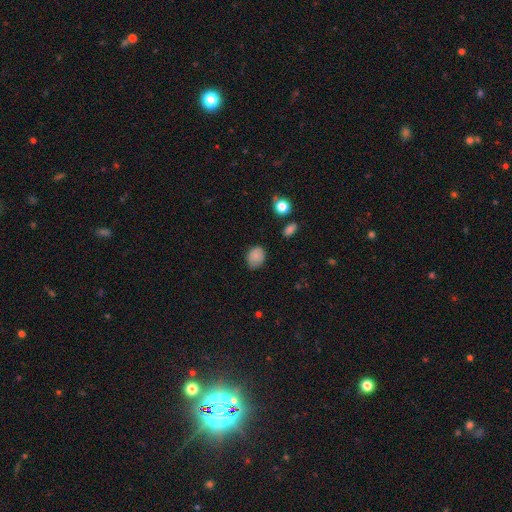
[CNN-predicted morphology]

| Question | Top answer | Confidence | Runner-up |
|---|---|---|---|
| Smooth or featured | smooth | 82% | star or artifact (10%) |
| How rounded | in between | 59% | round (40%) |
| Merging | none | 73% | minor disturbance (21%) |